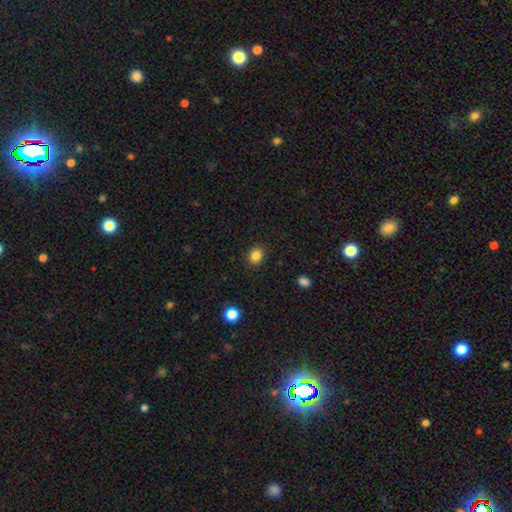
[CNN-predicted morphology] The model was most divided on "how rounded": round: 68%, in between: 32%, cigar-shaped: 1%. More confident: merging — none (89%); smooth or featured — smooth (85%).